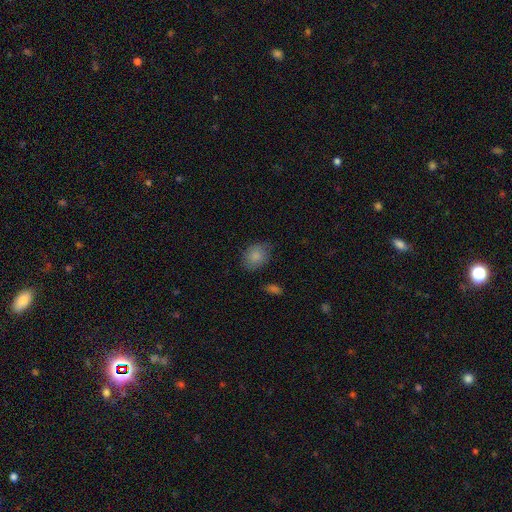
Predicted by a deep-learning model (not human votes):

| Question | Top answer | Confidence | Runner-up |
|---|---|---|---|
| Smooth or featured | smooth | 85% | star or artifact (8%) |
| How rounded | in between | 59% | round (40%) |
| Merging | none | 73% | minor disturbance (20%) |